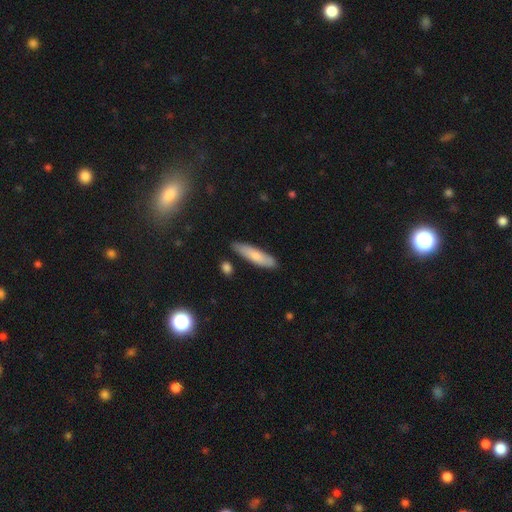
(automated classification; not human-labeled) This appears to be a smooth galaxy with no disk features (76%) that is cigar-shaped (72%). Merging: none (81%).